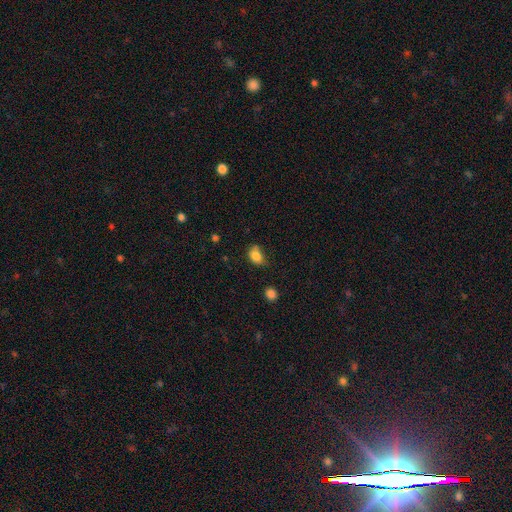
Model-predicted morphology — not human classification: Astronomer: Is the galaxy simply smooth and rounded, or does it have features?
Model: smooth — 83%.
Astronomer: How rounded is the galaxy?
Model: in between — 72%.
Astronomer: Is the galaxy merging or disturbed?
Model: none — 52% (runner-up: minor disturbance, 34%).